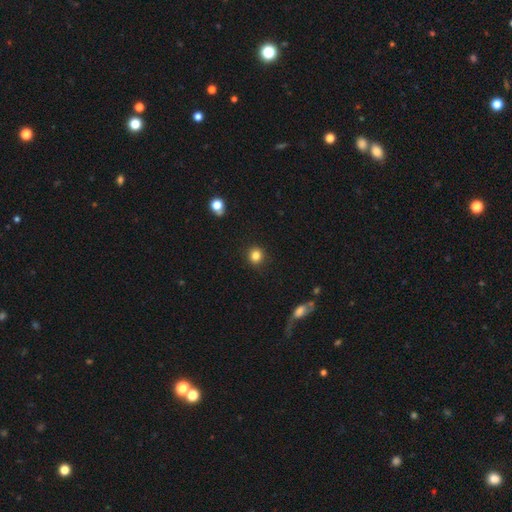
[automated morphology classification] Q: Smooth or featured?
A: smooth (84%); runner-up: star or artifact (11%)
Q: How rounded?
A: round (88%); runner-up: in between (11%)
Q: Merging?
A: none (90%); runner-up: minor disturbance (7%)